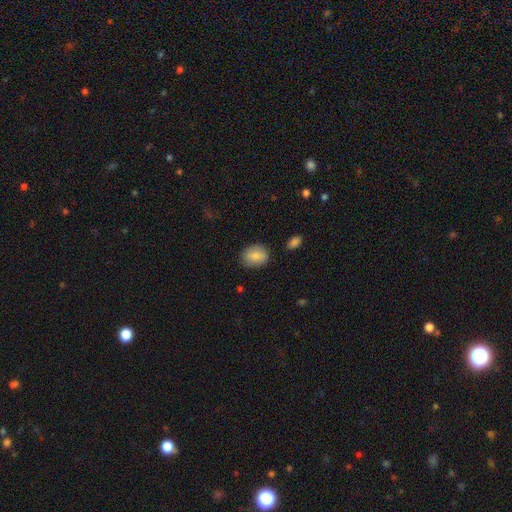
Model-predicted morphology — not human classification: Smooth or featured?
  - smooth: 83% *
  - featured or disk: 10%
  - star or artifact: 7%
How rounded?
  - in between: 63% *
  - round: 36%
  - cigar-shaped: 1%
Merging?
  - none: 82% *
  - minor disturbance: 13%
  - major disturbance: 3%
  - merger: 2%